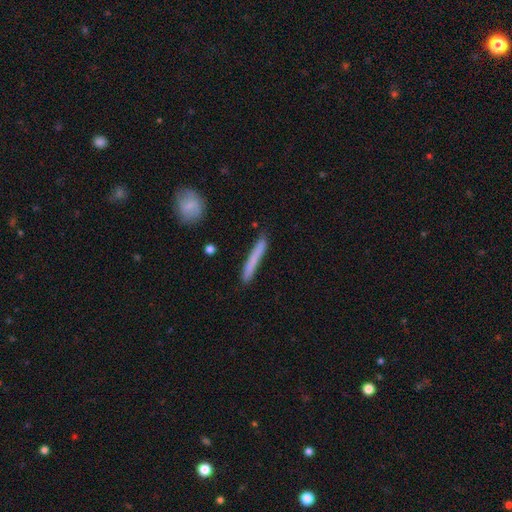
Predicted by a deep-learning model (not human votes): Smooth or featured? Predicted: smooth (p=0.72). How rounded? Predicted: cigar-shaped (p=0.96). Merging? Predicted: none (p=0.84).